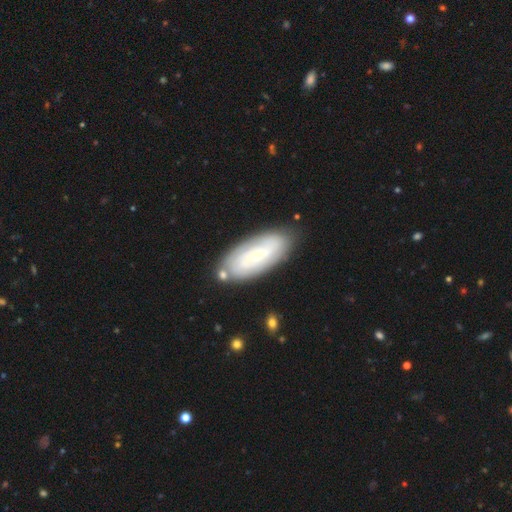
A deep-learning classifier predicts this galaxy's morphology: This is possibly a featured or disk galaxy (58%). It is clearly not viewed edge-on (89%). Bar: possibly no (57%). Spiral arm pattern: likely yes (76%). Central bulge: likely small (77%). Merging: clearly none (81%).